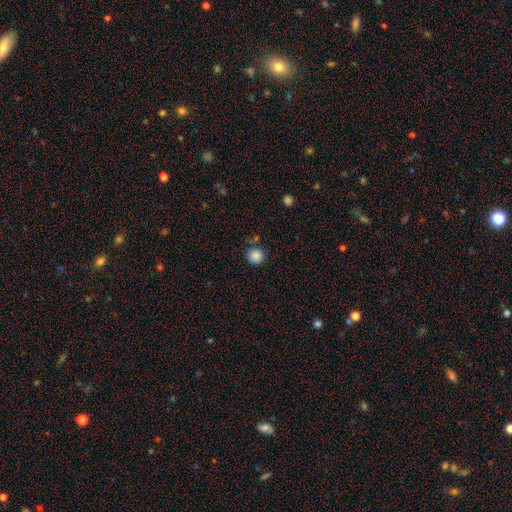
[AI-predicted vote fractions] Morphology: type=smooth (87%); roundness=round (93%); merging=none (80%).